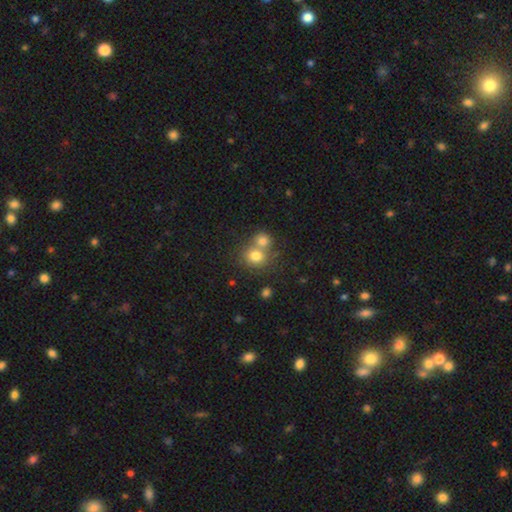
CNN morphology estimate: A smooth galaxy with no disk features (77%) that is round (76%).

Vote fractions:
- Smooth or featured? smooth: 77% / star or artifact: 12% / featured or disk: 10%
- How rounded? round: 76% / in between: 23% / cigar-shaped: 1%
- Merging? merger: 46% / none: 43% / minor disturbance: 7% / major disturbance: 3%